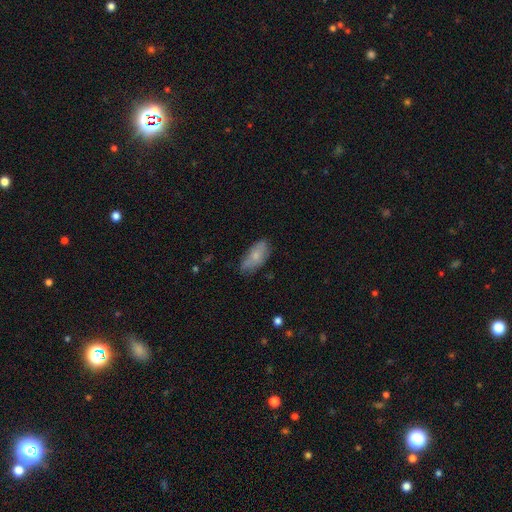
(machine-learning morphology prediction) smooth_or_featured: smooth (p=0.71) [alt: featured or disk p=0.22]
how_rounded: in between (p=0.88) [alt: cigar-shaped p=0.09]
merging: none (p=0.61) [alt: minor disturbance p=0.29]